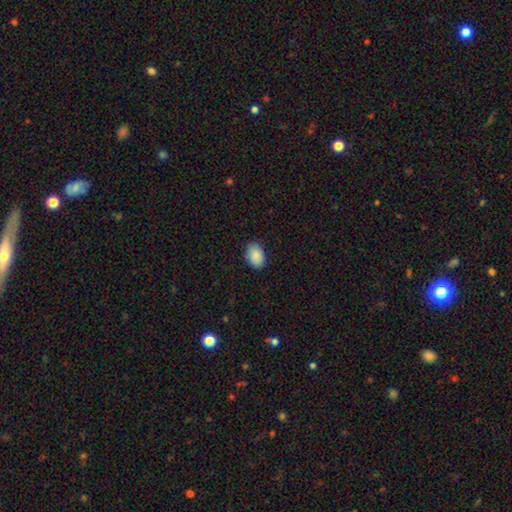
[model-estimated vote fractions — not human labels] This is clearly a smooth galaxy (89%). How rounded: clearly in between (87%). Merging: clearly none (87%).